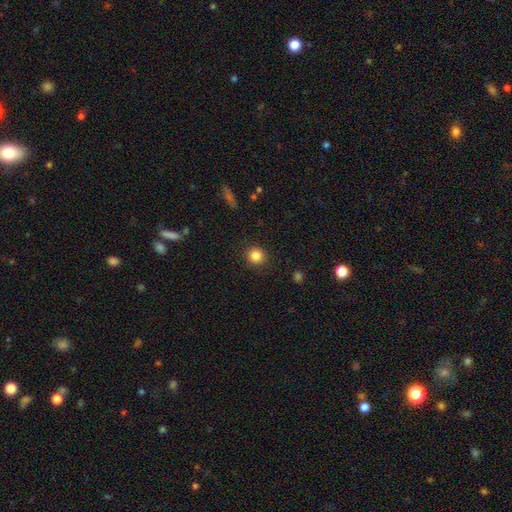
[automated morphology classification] Smooth or featured?
  - smooth: 85% *
  - star or artifact: 11%
  - featured or disk: 5%
How rounded?
  - round: 92% *
  - in between: 7%
  - cigar-shaped: 1%
Merging?
  - none: 91% *
  - minor disturbance: 6%
  - major disturbance: 2%
  - merger: 1%